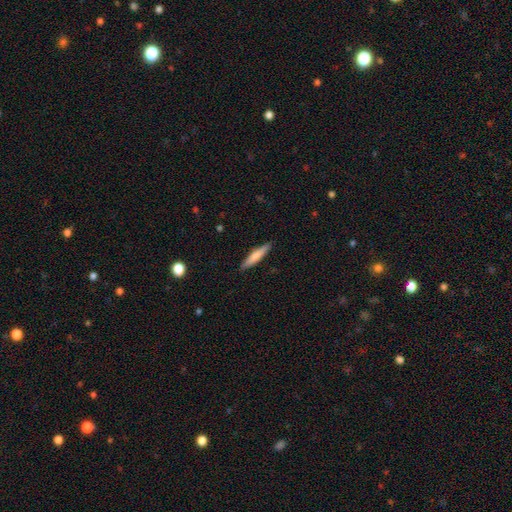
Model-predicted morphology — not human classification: Q: Smooth or featured?
A: smooth (70%); runner-up: featured or disk (25%)
Q: How rounded?
A: cigar-shaped (89%); runner-up: in between (10%)
Q: Merging?
A: none (89%); runner-up: minor disturbance (8%)